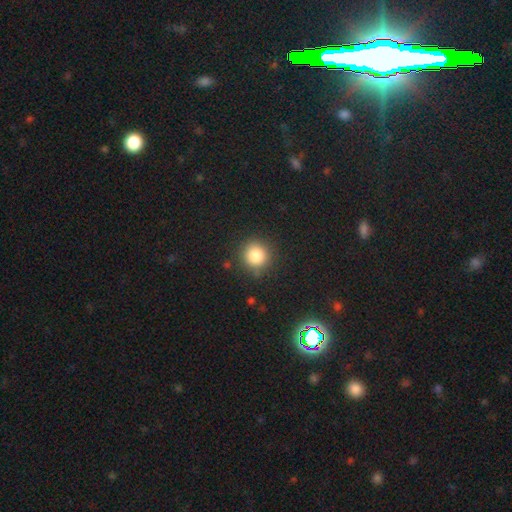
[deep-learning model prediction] smooth 83%, star or artifact 11%, featured or disk 5%. Down the decision tree: how rounded — round (92%); merging — none (86%).